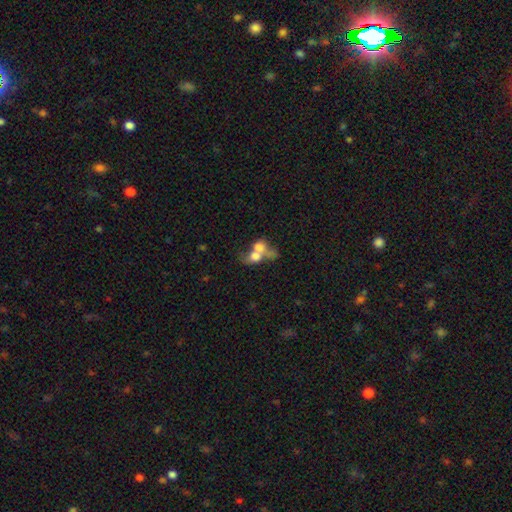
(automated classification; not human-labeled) This is likely a smooth galaxy (61%). How rounded: possibly in between (49%). Merging: likely merger (76%).